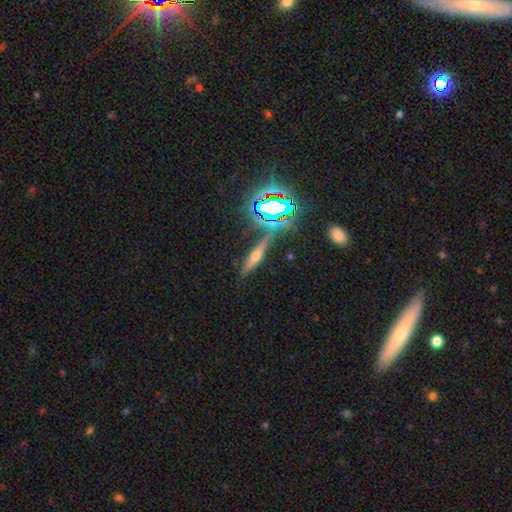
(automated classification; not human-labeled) featured or disk 49%, smooth 28%, star or artifact 23%. Down the decision tree: merging — none (83%).